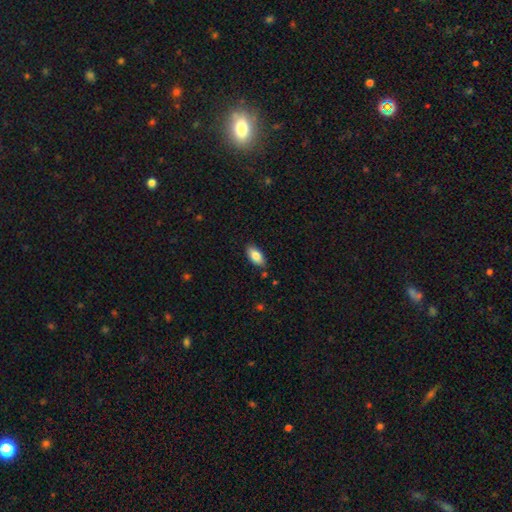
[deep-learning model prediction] Smooth or featured?
  - smooth: 84% *
  - featured or disk: 9%
  - star or artifact: 7%
How rounded?
  - in between: 92% *
  - cigar-shaped: 6%
  - round: 2%
Merging?
  - none: 85% *
  - minor disturbance: 11%
  - major disturbance: 2%
  - merger: 2%